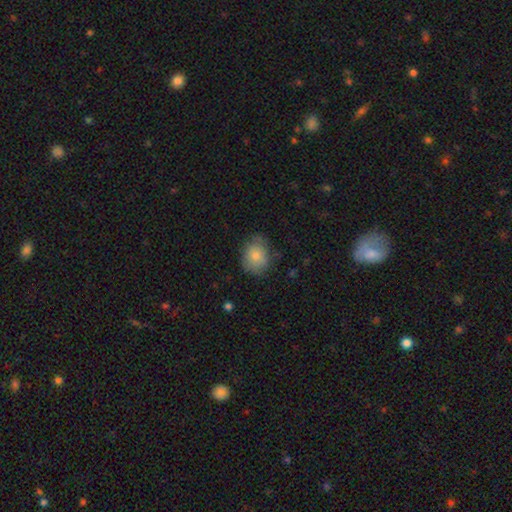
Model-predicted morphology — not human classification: A smooth galaxy with no disk features (78%) that is round (51%).

Vote fractions:
- Smooth or featured? smooth: 78% / featured or disk: 14% / star or artifact: 9%
- How rounded? round: 51% / in between: 48% / cigar-shaped: 1%
- Merging? none: 69% / minor disturbance: 24% / major disturbance: 6% / merger: 1%